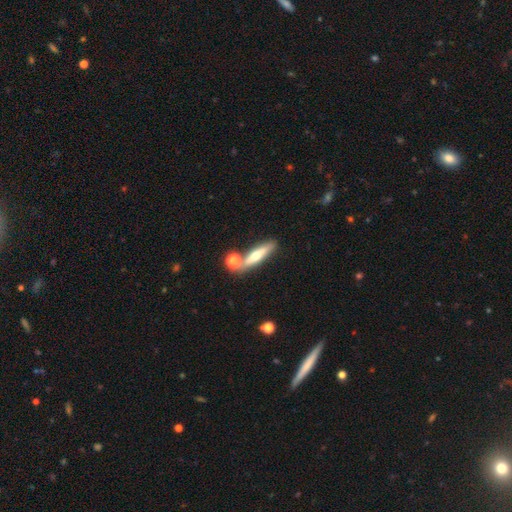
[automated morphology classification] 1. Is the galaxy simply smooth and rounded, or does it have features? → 52% smooth, 41% featured or disk, 8% star or artifact.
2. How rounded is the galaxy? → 74% cigar-shaped, 21% in between, 5% round.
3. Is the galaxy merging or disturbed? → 67% none, 18% merger, 11% minor disturbance, 4% major disturbance.